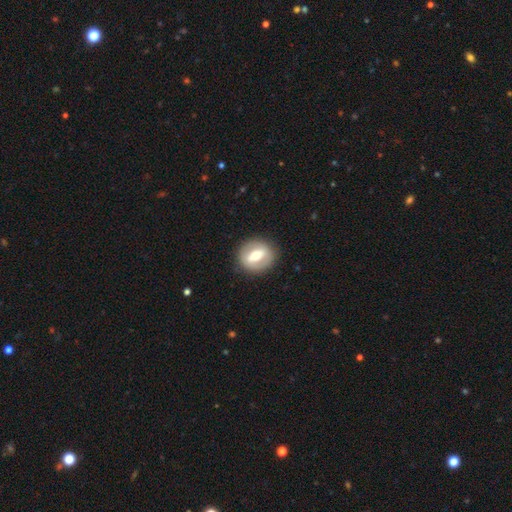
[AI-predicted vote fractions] Smooth or featured? Predicted: featured or disk (p=0.50). Merging? Predicted: none (p=0.87).